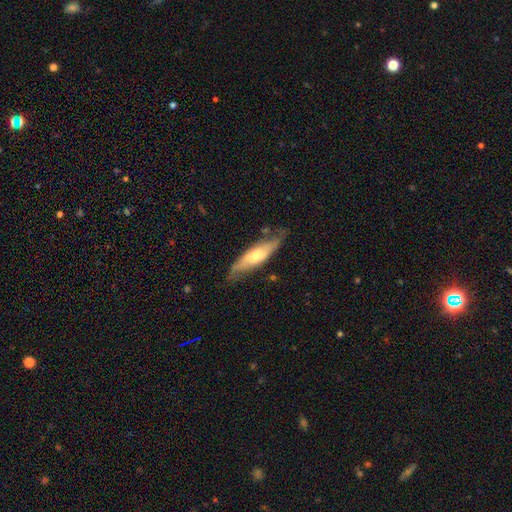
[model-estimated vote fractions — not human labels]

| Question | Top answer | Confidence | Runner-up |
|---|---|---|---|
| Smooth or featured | featured or disk | 55% | smooth (40%) |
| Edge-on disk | no | 50% | tied: yes (50%) |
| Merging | none | 70% | minor disturbance (22%) |